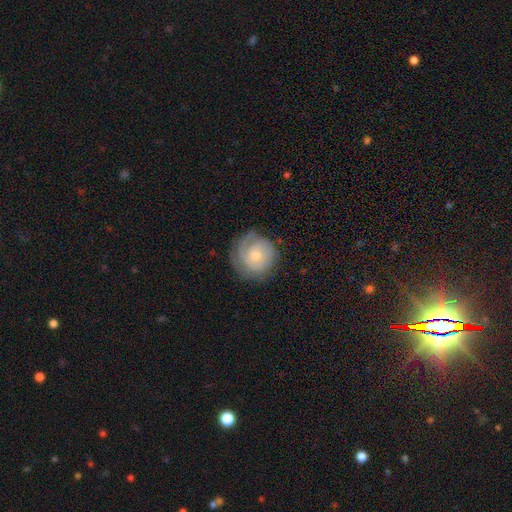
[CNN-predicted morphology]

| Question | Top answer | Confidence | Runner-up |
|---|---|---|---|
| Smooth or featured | featured or disk | 73% | smooth (20%) |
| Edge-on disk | no | 98% | yes (2%) |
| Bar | no | 76% | weak (21%) |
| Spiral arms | yes | 93% | no (7%) |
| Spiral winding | tight | 73% | medium (21%) |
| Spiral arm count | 2 | 36% | can't tell (27%) |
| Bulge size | small | 56% | moderate (39%) |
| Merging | none | 76% | minor disturbance (17%) |